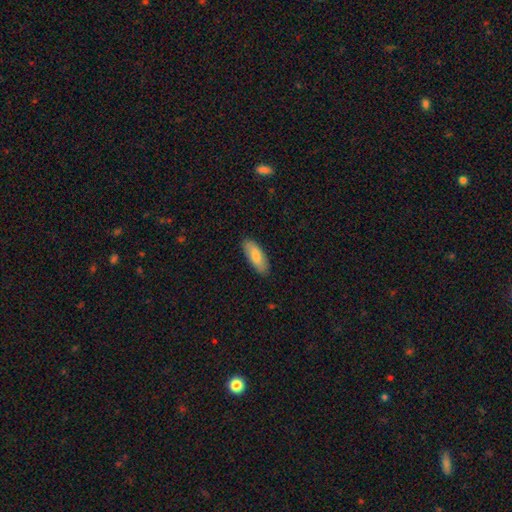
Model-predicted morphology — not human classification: Q: Smooth or featured?
A: smooth (80%); runner-up: featured or disk (14%)
Q: How rounded?
A: in between (75%); runner-up: cigar-shaped (23%)
Q: Merging?
A: none (87%); runner-up: minor disturbance (10%)